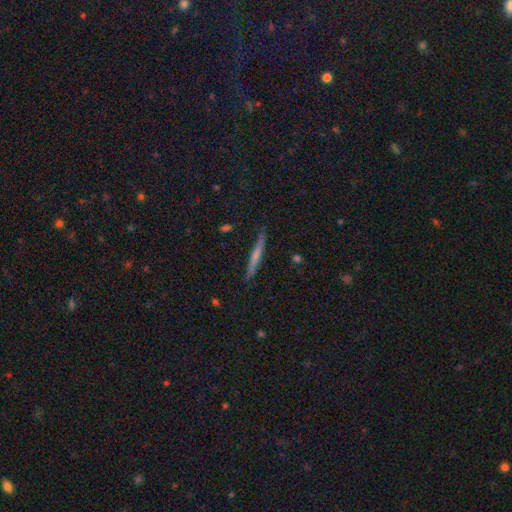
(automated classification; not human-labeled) The model was most divided on "smooth or featured": smooth: 53%, featured or disk: 41%, star or artifact: 6%. More confident: how rounded — cigar-shaped (96%); merging — none (88%).